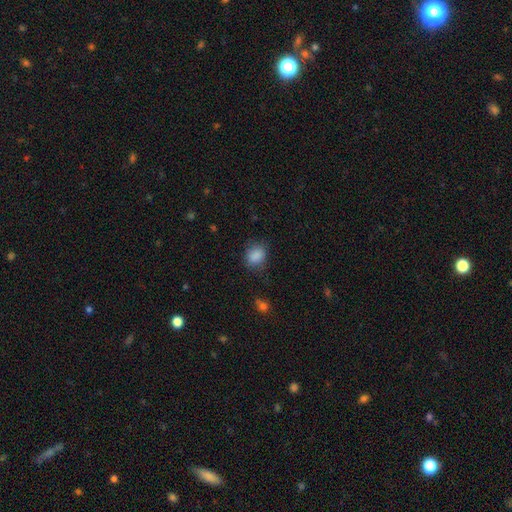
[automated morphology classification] Smooth or featured?
  - smooth: 86% *
  - star or artifact: 9%
  - featured or disk: 4%
How rounded?
  - round: 55% *
  - in between: 44%
  - cigar-shaped: 1%
Merging?
  - none: 74% *
  - minor disturbance: 19%
  - major disturbance: 6%
  - merger: 2%